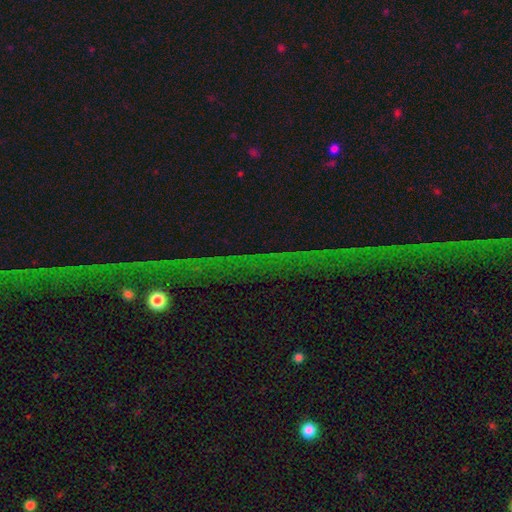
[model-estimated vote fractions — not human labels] Q: Smooth or featured?
A: star or artifact (75%); runner-up: featured or disk (14%)